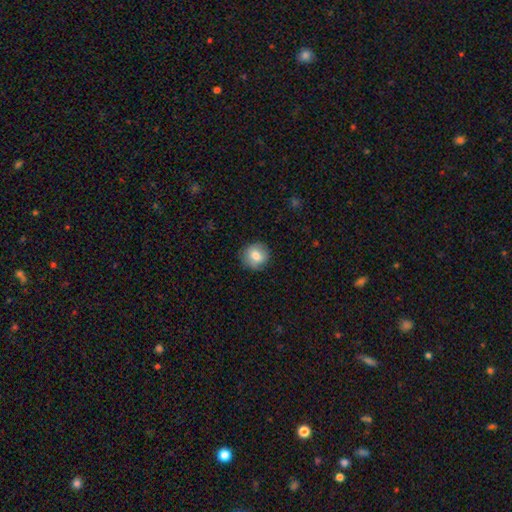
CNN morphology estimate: smooth 78%, featured or disk 14%, star or artifact 8%. Down the decision tree: how rounded — round (90%); merging — none (87%).